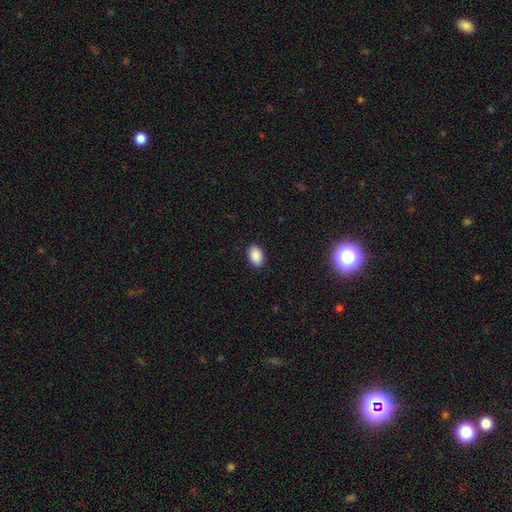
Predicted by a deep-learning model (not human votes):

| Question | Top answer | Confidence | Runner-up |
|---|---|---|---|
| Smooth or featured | smooth | 89% | star or artifact (8%) |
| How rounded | in between | 89% | round (10%) |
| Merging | none | 89% | minor disturbance (8%) |